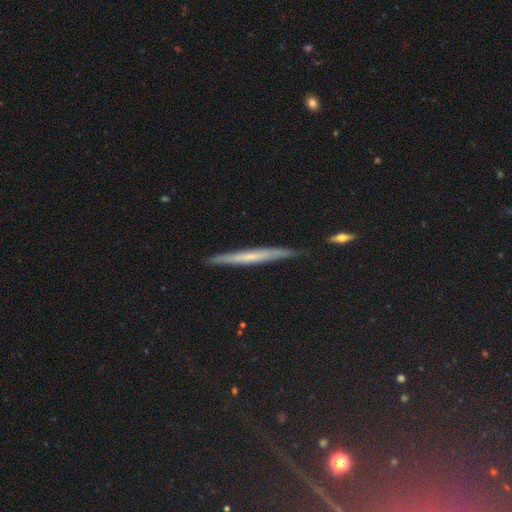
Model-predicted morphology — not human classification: Smooth or featured? featured or disk (45%)
Merging? none (85%)